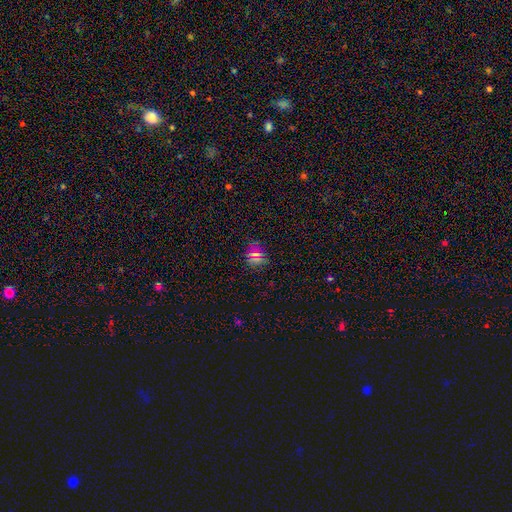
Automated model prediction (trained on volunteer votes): Smooth or featured?
  - smooth: 58% *
  - star or artifact: 33%
  - featured or disk: 9%
How rounded?
  - round: 69% *
  - in between: 28%
  - cigar-shaped: 3%
Merging?
  - none: 83% *
  - minor disturbance: 10%
  - major disturbance: 4%
  - merger: 2%